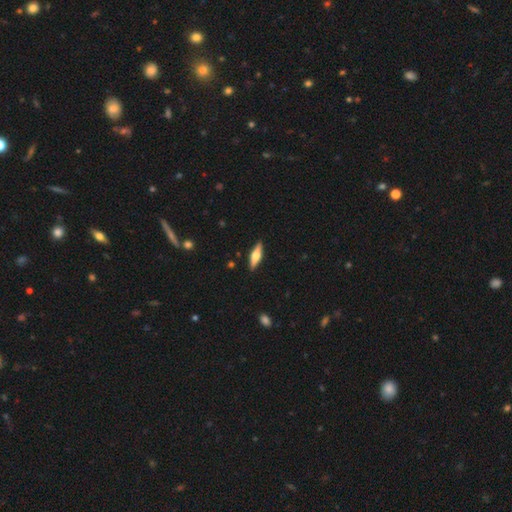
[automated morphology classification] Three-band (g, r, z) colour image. It shows a featured or disk galaxy (54%) viewed edge-on (95%) with a rounded central bulge (91%). Merging: none (90%).